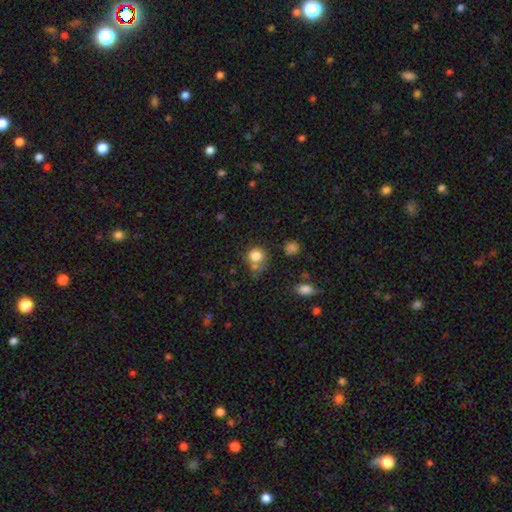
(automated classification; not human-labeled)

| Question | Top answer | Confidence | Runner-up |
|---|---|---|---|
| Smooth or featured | smooth | 80% | star or artifact (12%) |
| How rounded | round | 83% | in between (16%) |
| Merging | none | 57% | merger (19%) |